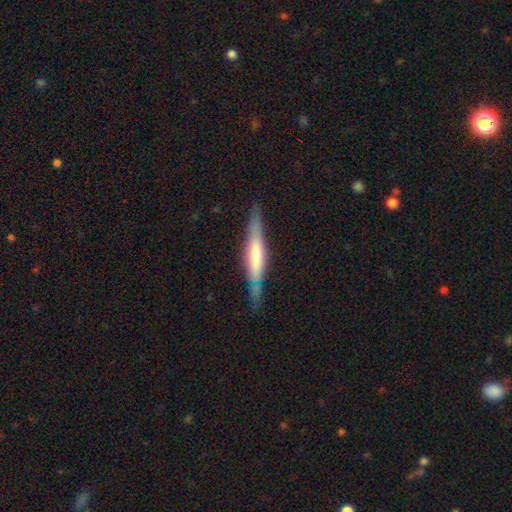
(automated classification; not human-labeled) Smooth or featured: smooth — 51% (featured or disk — 43%)
How rounded: cigar-shaped — 88% (in between — 10%)
Merging: none — 73% (minor disturbance — 19%)